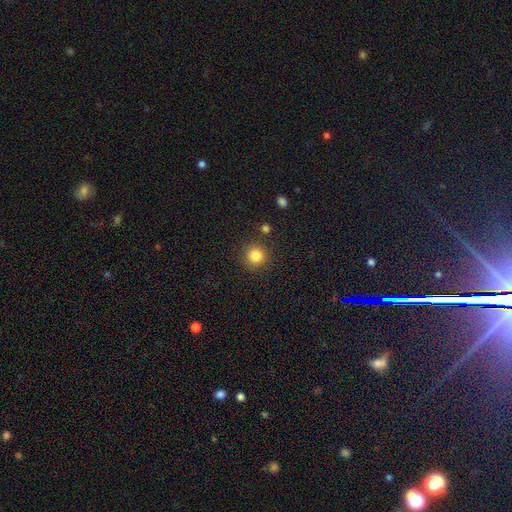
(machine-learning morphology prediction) Smooth or featured? smooth (83%)
How rounded? round (94%)
Merging? none (88%)